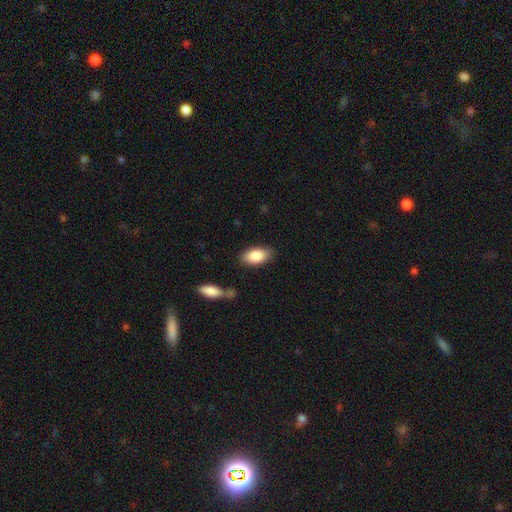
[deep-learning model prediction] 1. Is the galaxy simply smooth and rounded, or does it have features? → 85% smooth, 8% featured or disk, 6% star or artifact.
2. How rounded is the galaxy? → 92% in between, 4% cigar-shaped, 4% round.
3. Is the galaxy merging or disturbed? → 81% none, 12% minor disturbance, 4% merger, 3% major disturbance.